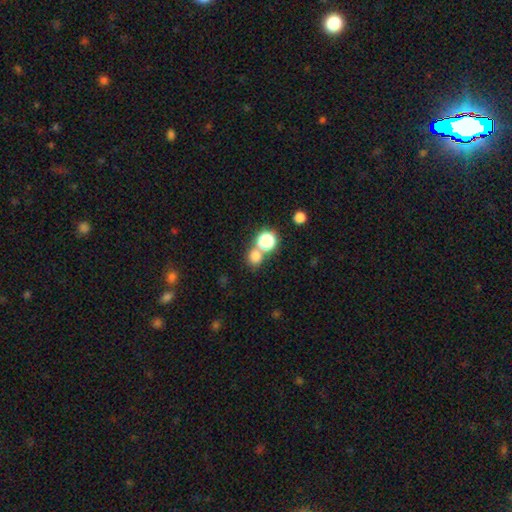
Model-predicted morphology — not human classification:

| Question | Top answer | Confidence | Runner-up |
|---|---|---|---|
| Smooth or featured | smooth | 72% | star or artifact (21%) |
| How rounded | round | 82% | in between (17%) |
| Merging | none | 58% | merger (31%) |